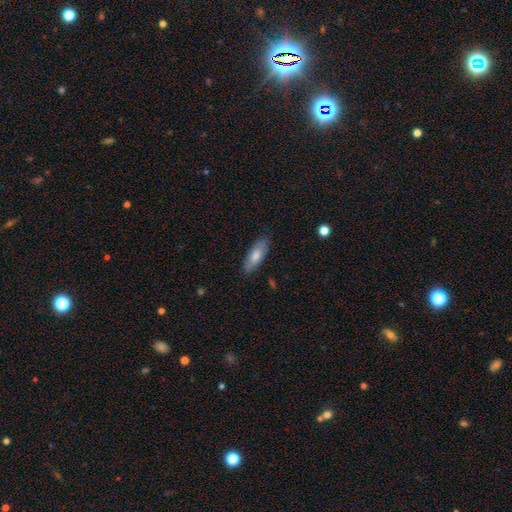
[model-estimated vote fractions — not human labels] Smooth or featured? smooth (77%)
How rounded? in between (63%)
Merging? none (84%)